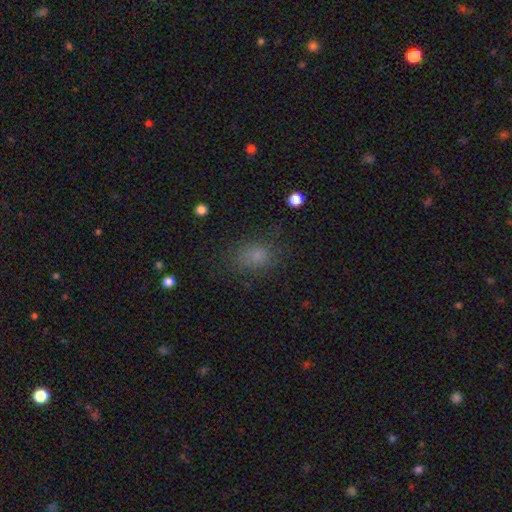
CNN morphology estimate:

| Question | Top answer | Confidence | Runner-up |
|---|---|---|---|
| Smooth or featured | smooth | 77% | star or artifact (15%) |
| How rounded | in between | 69% | round (30%) |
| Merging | none | 70% | minor disturbance (18%) |